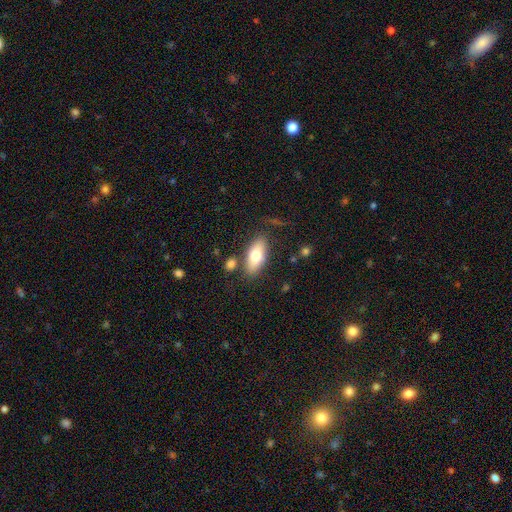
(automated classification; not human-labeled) A smooth galaxy with no disk features (74%) that is in between round and cigar-shaped (84%). Merging: none (77%).